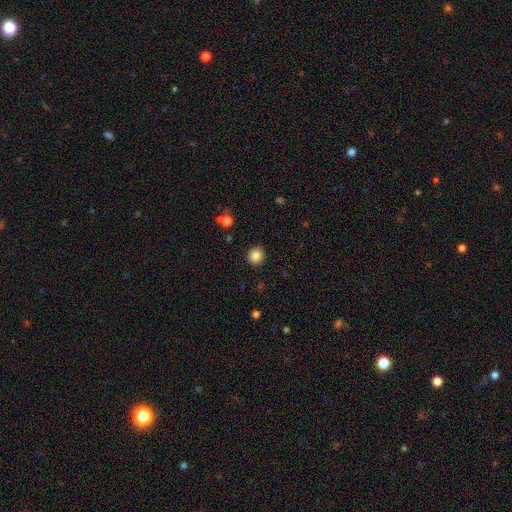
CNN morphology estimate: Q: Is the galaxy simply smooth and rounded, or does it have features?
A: smooth — 84%.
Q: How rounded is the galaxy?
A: round — 92%.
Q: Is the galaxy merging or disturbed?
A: none — 92%.